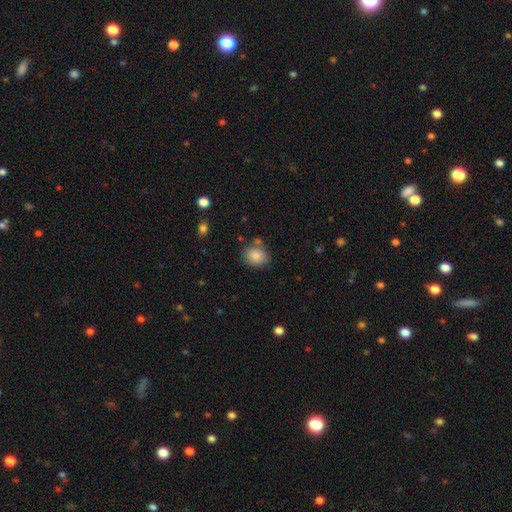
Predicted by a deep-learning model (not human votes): Morphology: type=smooth (85%); roundness=round (54%); merging=none (74%).